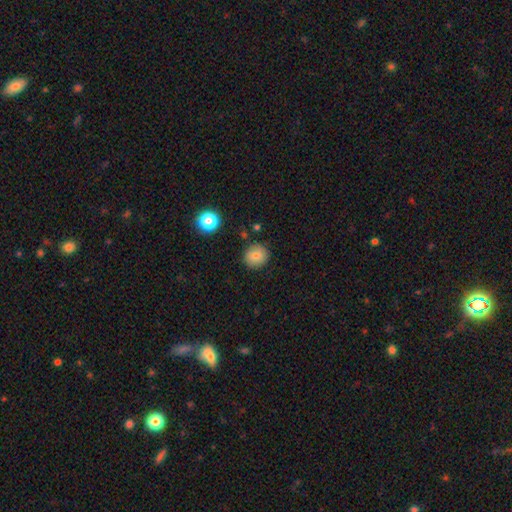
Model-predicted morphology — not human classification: Smooth or featured? smooth (82%)
How rounded? round (88%)
Merging? none (86%)